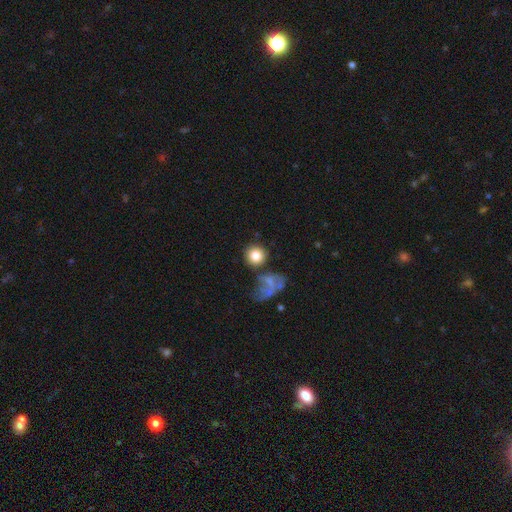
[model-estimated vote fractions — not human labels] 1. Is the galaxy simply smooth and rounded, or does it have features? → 79% smooth, 12% featured or disk, 9% star or artifact.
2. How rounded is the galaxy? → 90% round, 9% in between, 1% cigar-shaped.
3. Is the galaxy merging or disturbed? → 64% none, 15% merger, 12% minor disturbance, 8% major disturbance.